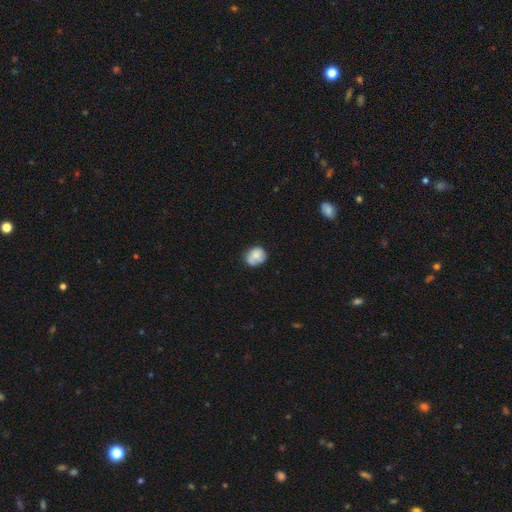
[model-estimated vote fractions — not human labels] Smooth or featured: smooth — 72% (featured or disk — 20%)
How rounded: round — 65% (in between — 34%)
Merging: none — 59% (minor disturbance — 28%)